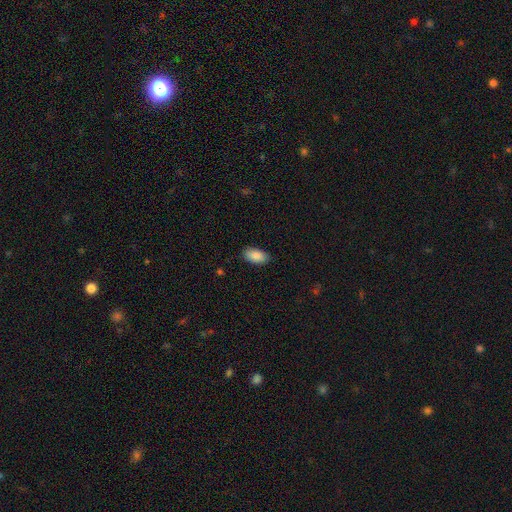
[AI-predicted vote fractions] Overall: smooth (90%). How rounded: in between (94%). Merging: none (86%).